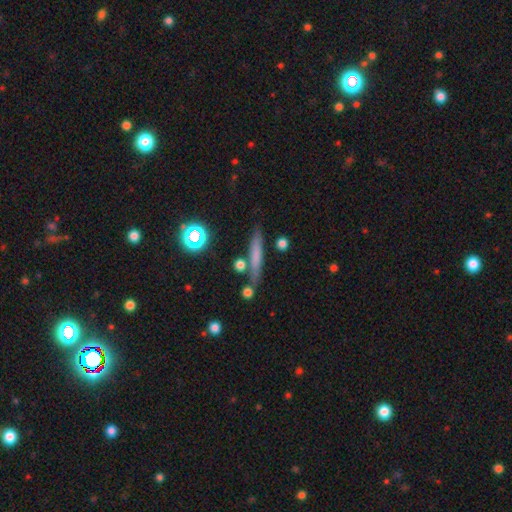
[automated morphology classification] Smooth or featured? Predicted: smooth (p=0.62). How rounded? Predicted: cigar-shaped (p=0.89). Merging? Predicted: none (p=0.78).